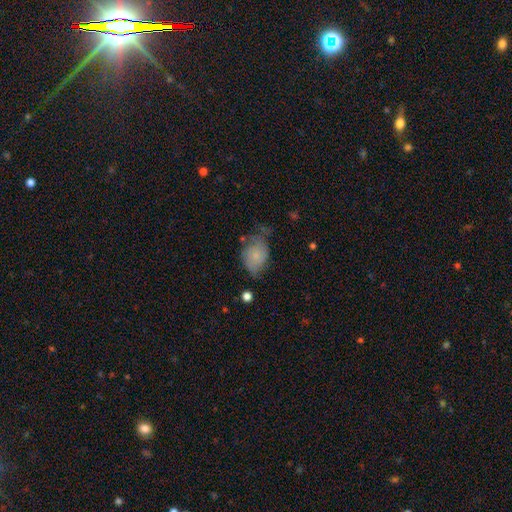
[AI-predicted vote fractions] The model was most divided on "merging": none: 40%, minor disturbance: 38%, major disturbance: 18%, merger: 4%. More confident: how rounded — in between (72%); smooth or featured — smooth (69%).